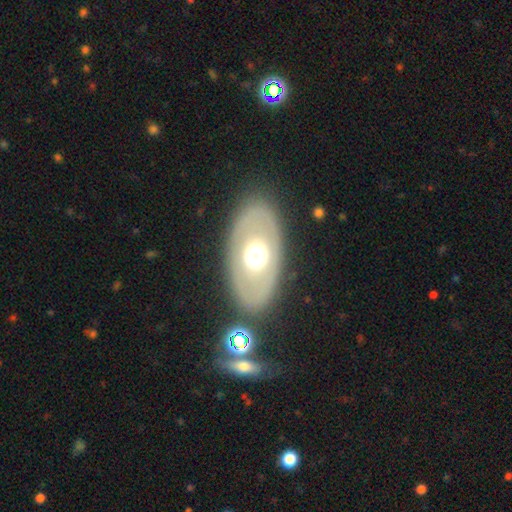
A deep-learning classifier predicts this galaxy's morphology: The model was most divided on "smooth or featured": featured or disk: 50%, smooth: 43%, star or artifact: 8%. More confident: merging — none (82%).